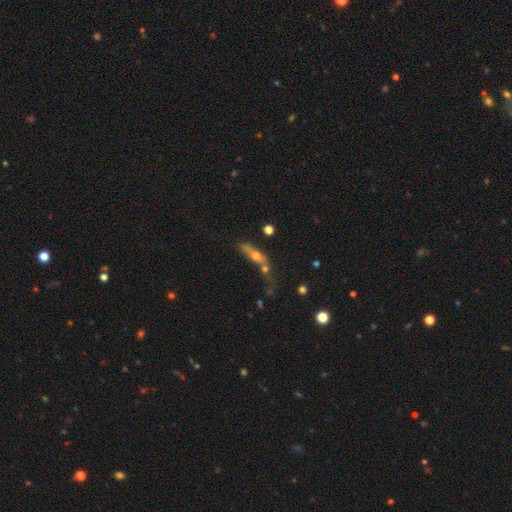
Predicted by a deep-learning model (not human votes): smooth_or_featured: smooth (p=0.46) [alt: featured or disk p=0.43]
merging: none (p=0.38) [alt: merger p=0.26]